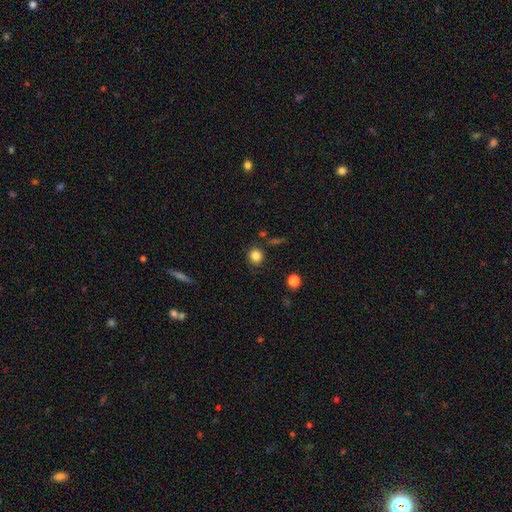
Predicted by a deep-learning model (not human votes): This is clearly a smooth galaxy (84%). How rounded: clearly round (85%). Merging: clearly none (84%).